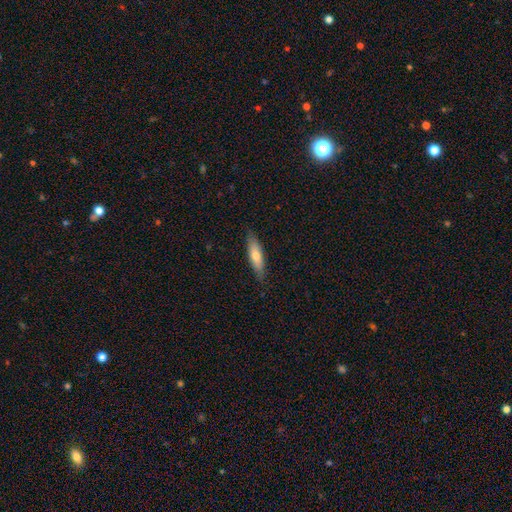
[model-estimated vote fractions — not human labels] The model was most divided on "how rounded": cigar-shaped: 62%, in between: 36%, round: 2%. More confident: merging — none (84%); smooth or featured — smooth (68%).